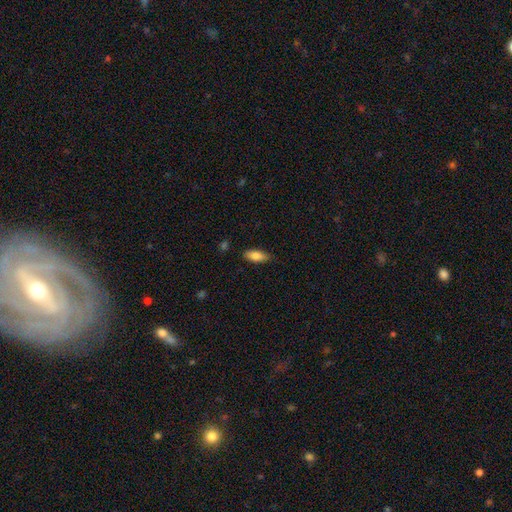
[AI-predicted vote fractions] Smooth or featured? Predicted: smooth (p=0.82). How rounded? Predicted: in between (p=0.78). Merging? Predicted: none (p=0.83).